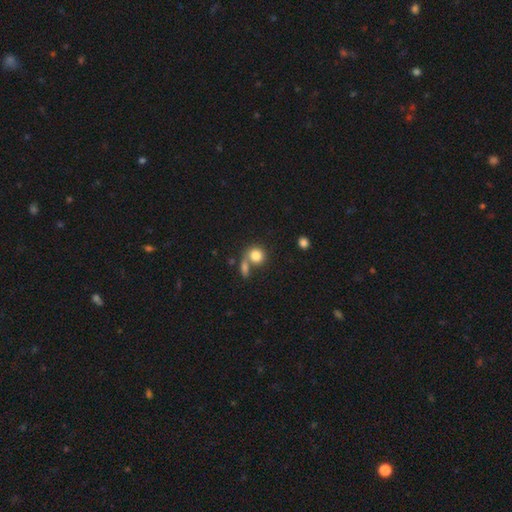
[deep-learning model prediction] The model was most divided on "merging": none: 48%, merger: 36%, minor disturbance: 10%, major disturbance: 6%. More confident: how rounded — round (82%); smooth or featured — smooth (82%).